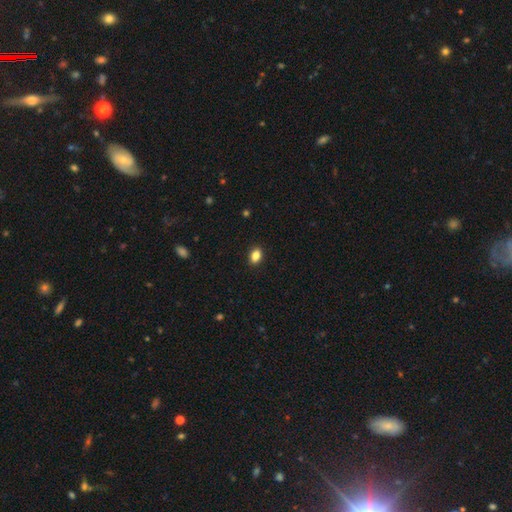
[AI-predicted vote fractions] A smooth galaxy with no disk features (85%) that is in between round and cigar-shaped (82%). Merging: none (90%).